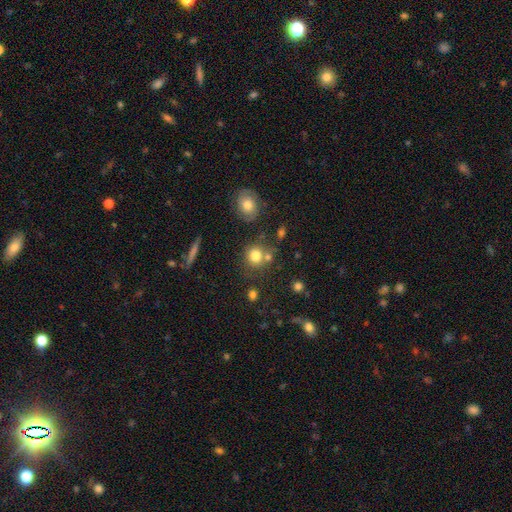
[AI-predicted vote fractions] Smooth or featured? Predicted: smooth (p=0.78). How rounded? Predicted: round (p=0.81). Merging? Predicted: none (p=0.60).